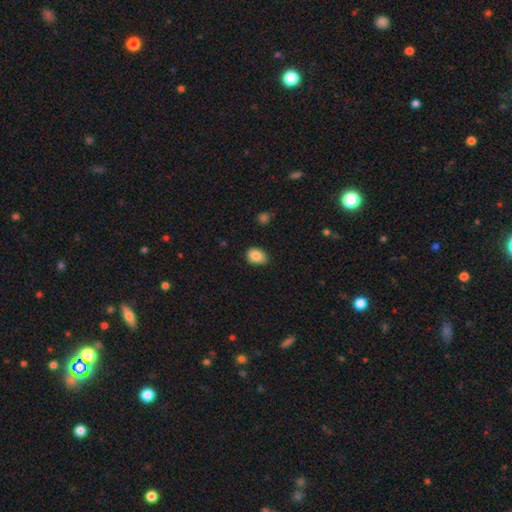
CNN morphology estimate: A smooth galaxy with no disk features (86%) that is in between round and cigar-shaped (73%).

Vote fractions:
- Smooth or featured? smooth: 86% / star or artifact: 8% / featured or disk: 5%
- How rounded? in between: 73% / round: 26% / cigar-shaped: 1%
- Merging? none: 79% / minor disturbance: 17% / major disturbance: 2% / merger: 1%